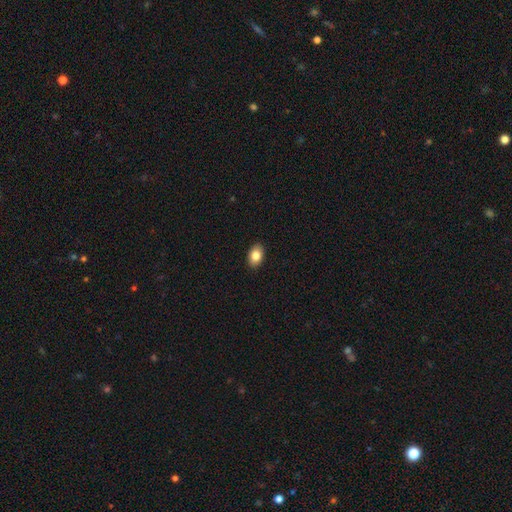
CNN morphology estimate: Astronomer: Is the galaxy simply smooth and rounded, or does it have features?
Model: smooth — 84%.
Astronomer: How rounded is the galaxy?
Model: in between — 86%.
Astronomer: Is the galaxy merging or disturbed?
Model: none — 90%.